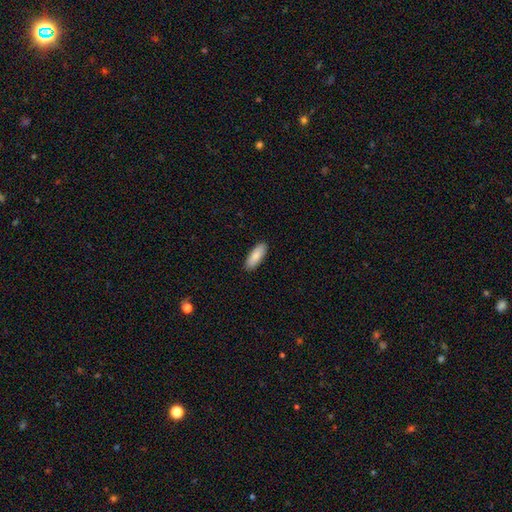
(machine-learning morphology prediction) The model was most divided on "how rounded": in between: 71%, cigar-shaped: 27%, round: 2%. More confident: merging — none (90%); smooth or featured — smooth (87%).